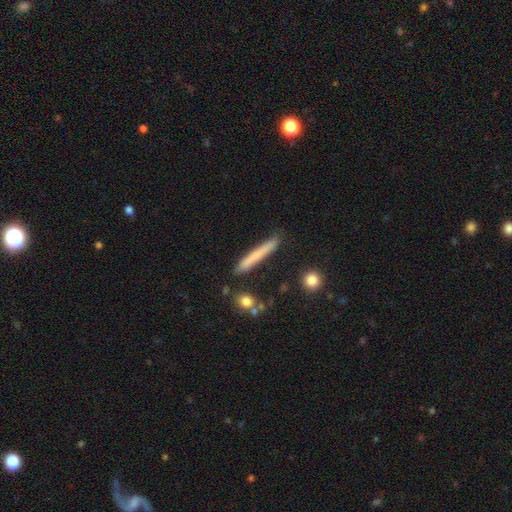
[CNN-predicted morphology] This is likely a smooth galaxy (67%). How rounded: clearly cigar-shaped (96%). Merging: clearly none (85%).